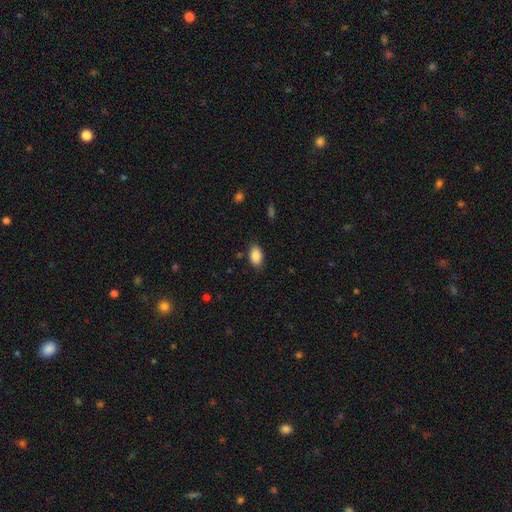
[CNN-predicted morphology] Smooth or featured? smooth (88%)
How rounded? in between (91%)
Merging? none (83%)